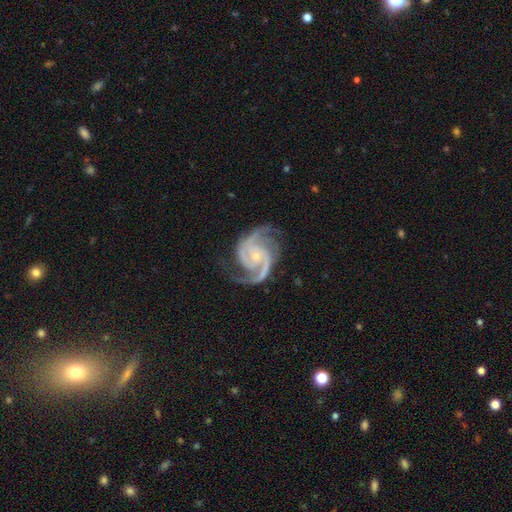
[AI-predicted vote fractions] This appears to be a featured or disk galaxy (94%) with no bar (64%), 2 (59%) medium (54%) spiral arms (99%) and a small central bulge (75%). Merging: none (77%).